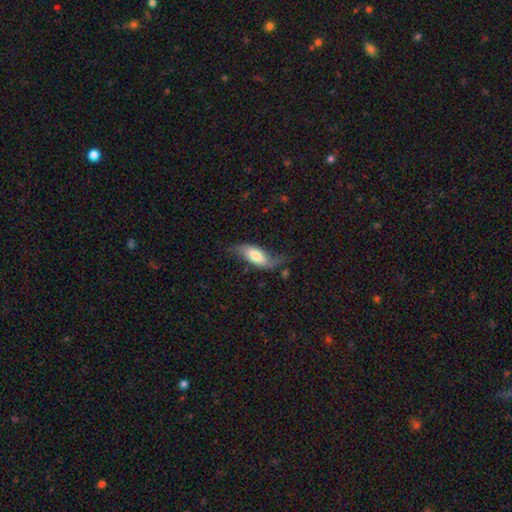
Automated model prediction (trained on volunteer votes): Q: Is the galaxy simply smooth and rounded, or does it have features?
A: smooth — 55%.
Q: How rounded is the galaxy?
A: in between — 77%.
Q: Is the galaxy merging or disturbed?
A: none — 44%.